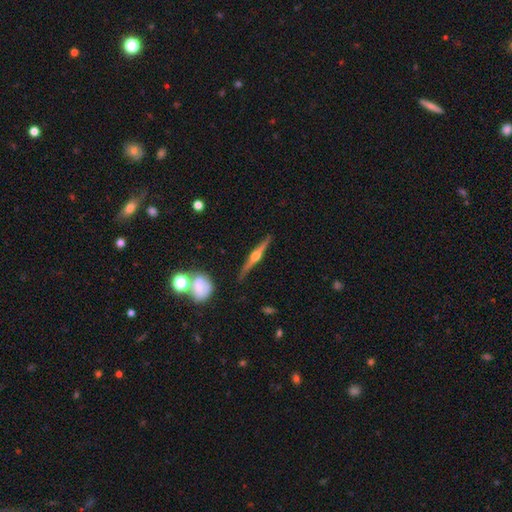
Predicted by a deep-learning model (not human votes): smooth_or_featured: featured or disk (p=0.80) [alt: smooth p=0.14]
disk_edge_on: yes (p=0.98) [alt: no p=0.02]
edge_on_bulge: rounded (p=0.95) [alt: boxy p=0.03]
merging: none (p=0.86) [alt: minor disturbance p=0.09]